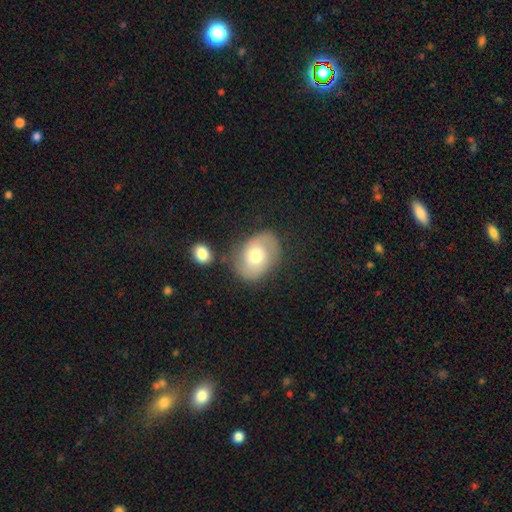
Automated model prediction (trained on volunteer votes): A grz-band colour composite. It shows a smooth galaxy with no disk features (49%). Merging: none (68%).